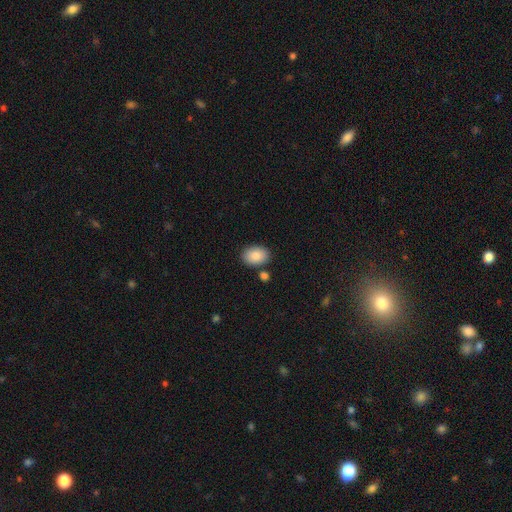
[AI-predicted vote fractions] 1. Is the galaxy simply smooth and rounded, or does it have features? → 86% smooth, 7% star or artifact, 7% featured or disk.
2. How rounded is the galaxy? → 86% in between, 13% round, 1% cigar-shaped.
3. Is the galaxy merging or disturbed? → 82% none, 10% minor disturbance, 6% merger, 2% major disturbance.